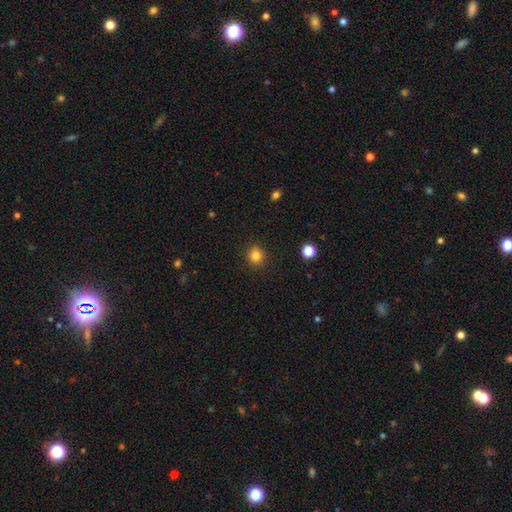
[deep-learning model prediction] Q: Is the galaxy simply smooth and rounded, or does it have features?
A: smooth — 82%.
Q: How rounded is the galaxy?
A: round — 84%.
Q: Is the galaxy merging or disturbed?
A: none — 89%.